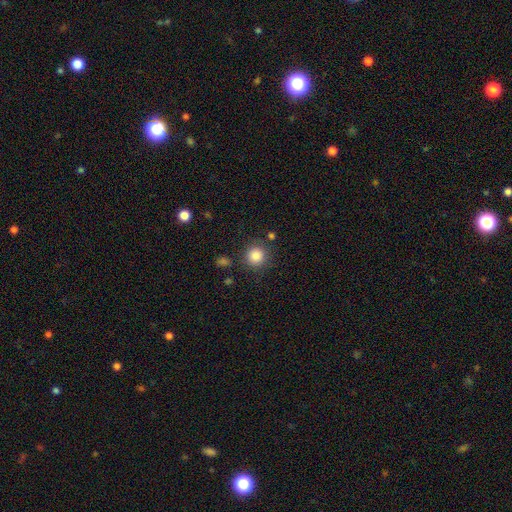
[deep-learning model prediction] Overall: smooth (86%). How rounded: round (92%). Merging: none (84%).